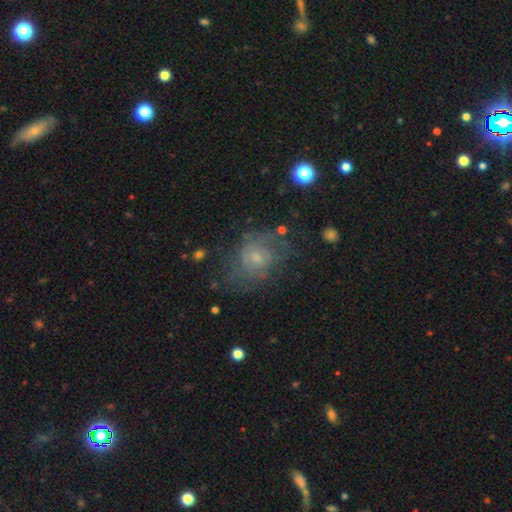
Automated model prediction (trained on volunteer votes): A featured or disk galaxy (50%). Merging: none (56%).